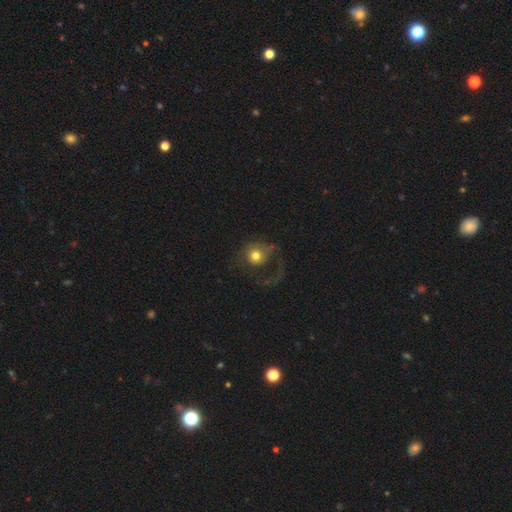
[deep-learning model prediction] smooth 63%, featured or disk 27%, star or artifact 10%. Down the decision tree: how rounded — round (84%); merging — major disturbance (50%).